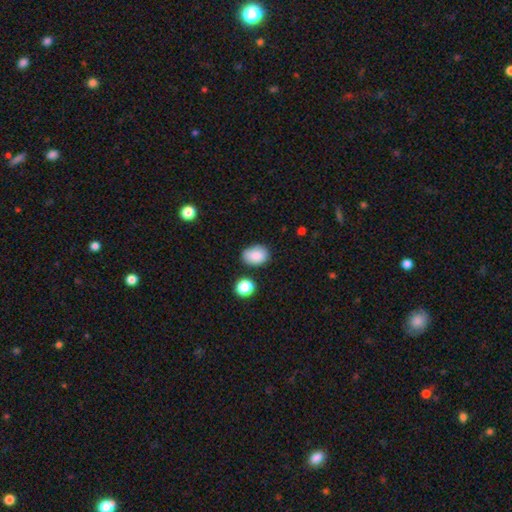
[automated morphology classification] smooth 86%, star or artifact 9%, featured or disk 5%. Down the decision tree: how rounded — in between (69%); merging — none (72%).